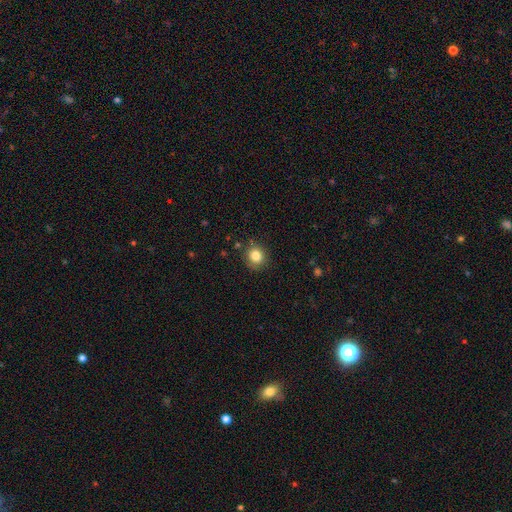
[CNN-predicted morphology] Smooth or featured: smooth — 83% (star or artifact — 11%)
How rounded: round — 82% (in between — 17%)
Merging: none — 83% (minor disturbance — 12%)